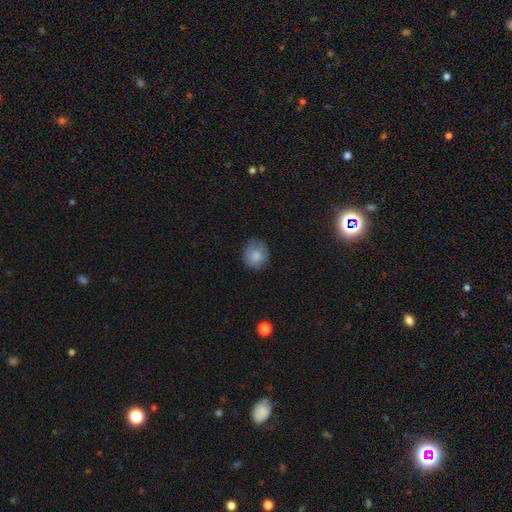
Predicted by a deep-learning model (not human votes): Morphology: type=smooth (81%); roundness=round (83%); merging=none (75%).